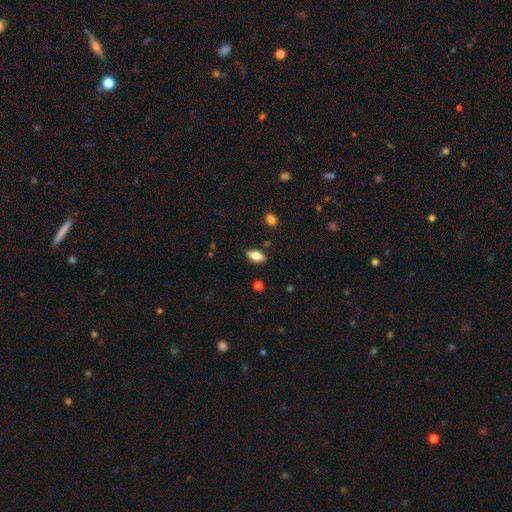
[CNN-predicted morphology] Smooth or featured? Predicted: smooth (p=0.77). How rounded? Predicted: in between (p=0.89). Merging? Predicted: none (p=0.86).